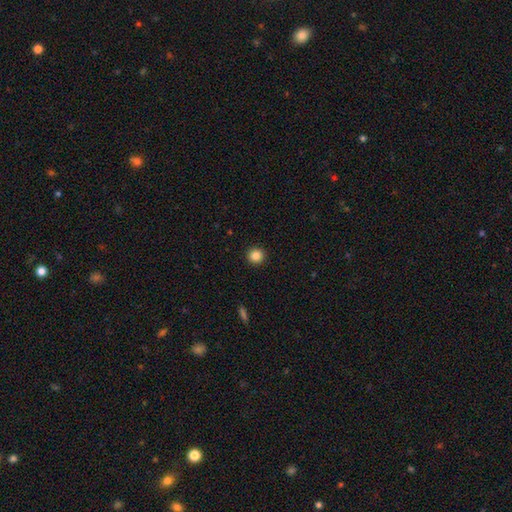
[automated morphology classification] A smooth galaxy with no disk features (85%) that is round (94%).

Vote fractions:
- Smooth or featured? smooth: 85% / star or artifact: 10% / featured or disk: 4%
- How rounded? round: 94% / in between: 5% / cigar-shaped: 1%
- Merging? none: 93% / minor disturbance: 4% / major disturbance: 2% / merger: 1%